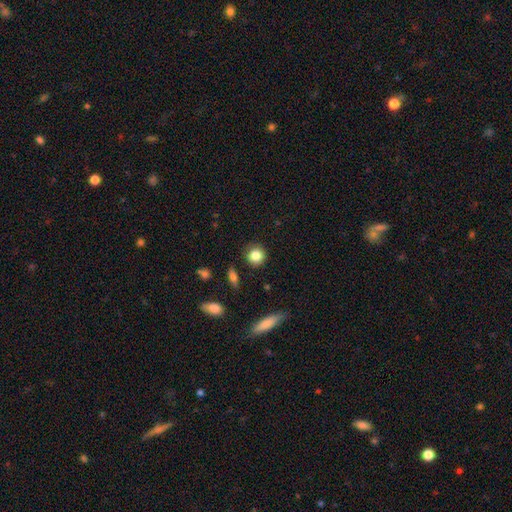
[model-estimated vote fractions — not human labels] This is clearly a smooth galaxy (84%). How rounded: clearly round (89%). Merging: clearly none (87%).